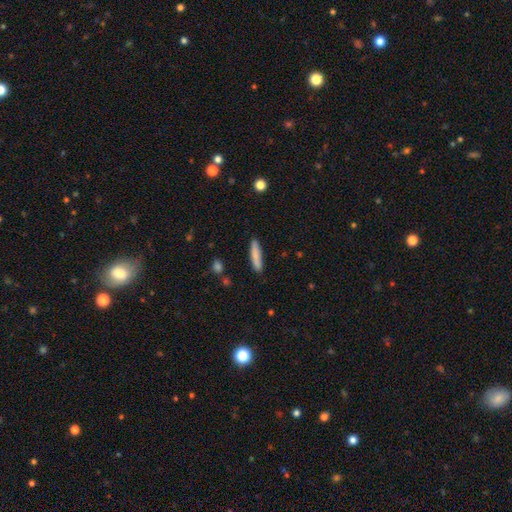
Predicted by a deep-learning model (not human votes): Morphology: type=smooth (83%); roundness=cigar-shaped (85%); merging=none (85%).